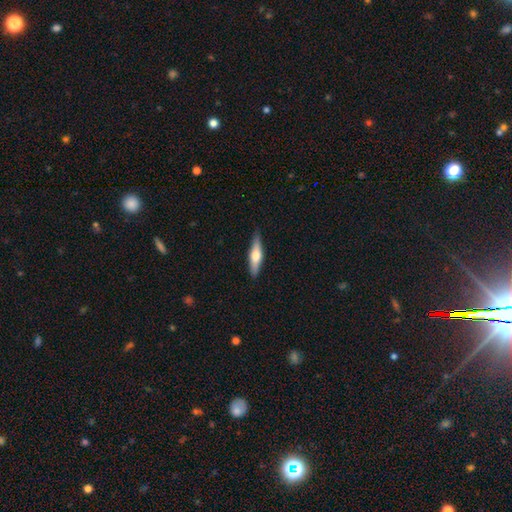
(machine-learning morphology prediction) Smooth or featured? smooth (49%)
Merging? none (86%)